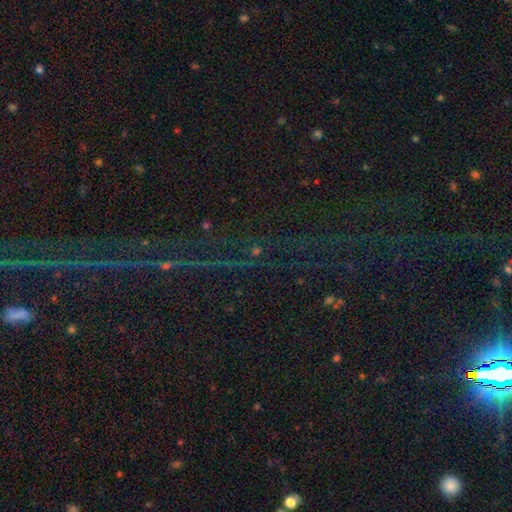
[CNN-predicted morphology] This appears to be a star or artifact, not a galaxy (83%).